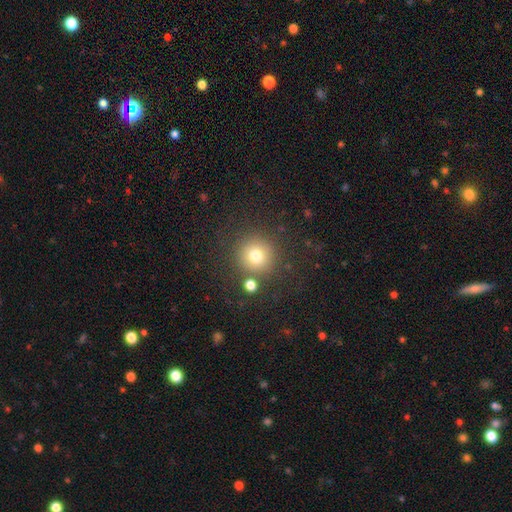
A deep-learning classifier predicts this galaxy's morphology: smooth 75%, star or artifact 15%, featured or disk 10%. Down the decision tree: how rounded — round (94%); merging — none (82%).